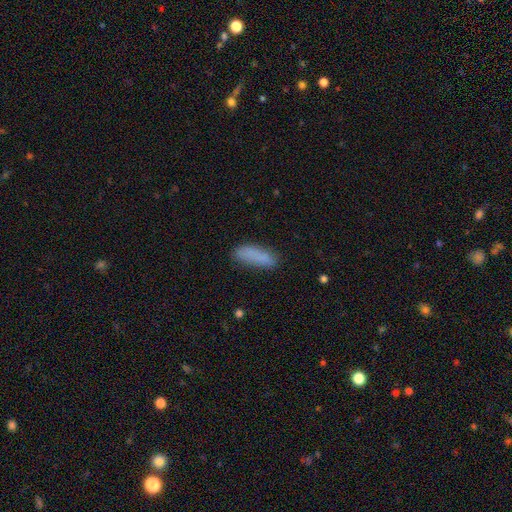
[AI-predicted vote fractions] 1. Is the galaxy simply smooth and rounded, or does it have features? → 83% smooth, 9% featured or disk, 8% star or artifact.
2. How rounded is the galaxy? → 57% cigar-shaped, 41% in between, 2% round.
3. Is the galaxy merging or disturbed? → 76% none, 17% minor disturbance, 4% major disturbance, 2% merger.